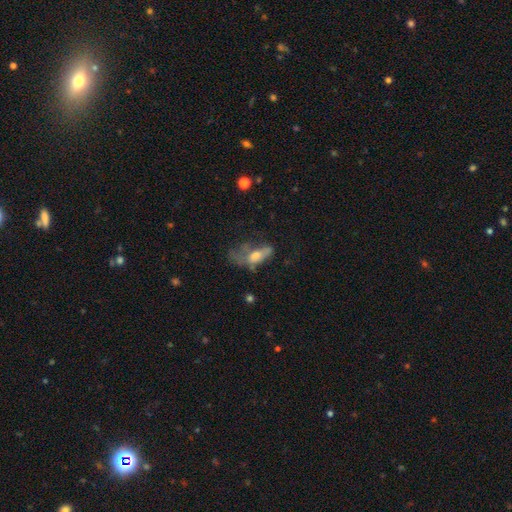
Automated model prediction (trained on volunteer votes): smooth_or_featured: smooth (p=0.48) [alt: featured or disk p=0.41]
merging: major disturbance (p=0.50) [alt: none p=0.22]